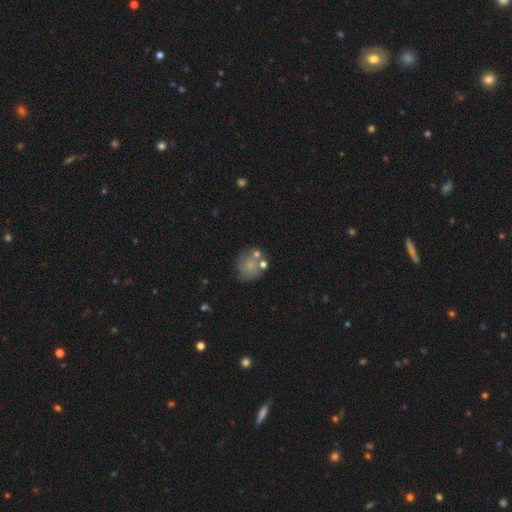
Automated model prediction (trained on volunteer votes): A smooth galaxy with no disk features (51%) that is round (78%).

Vote fractions:
- Smooth or featured? smooth: 51% / featured or disk: 30% / star or artifact: 20%
- How rounded? round: 78% / in between: 21% / cigar-shaped: 1%
- Merging? none: 62% / minor disturbance: 17% / merger: 12% / major disturbance: 9%